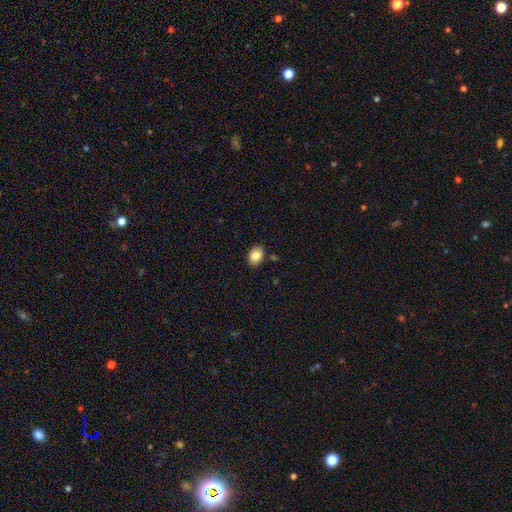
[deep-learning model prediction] A smooth galaxy with no disk features (84%) that is in between round and cigar-shaped (70%). Merging: none (87%).